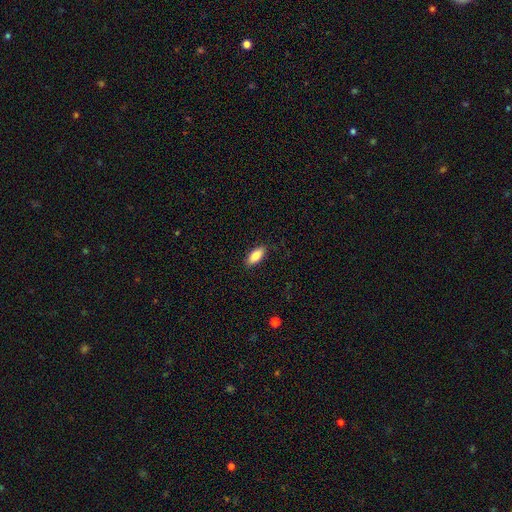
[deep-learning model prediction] smooth 84%, featured or disk 10%, star or artifact 6%. Down the decision tree: how rounded — in between (84%); merging — none (88%).